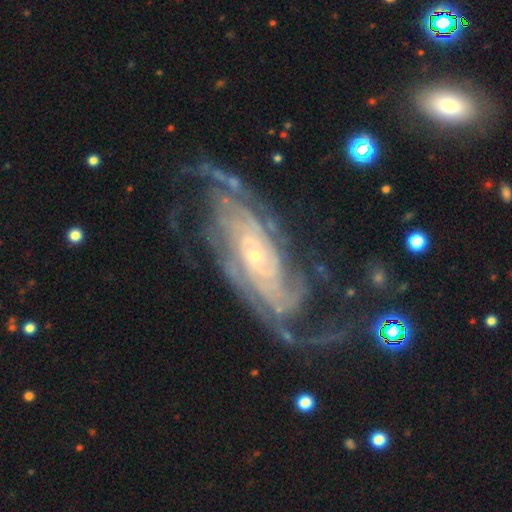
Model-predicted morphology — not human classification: This appears to be a featured or disk galaxy (91%) with no bar (69%), tight (63%) spiral arms (98%) and a small central bulge (81%). Merging: none (67%).